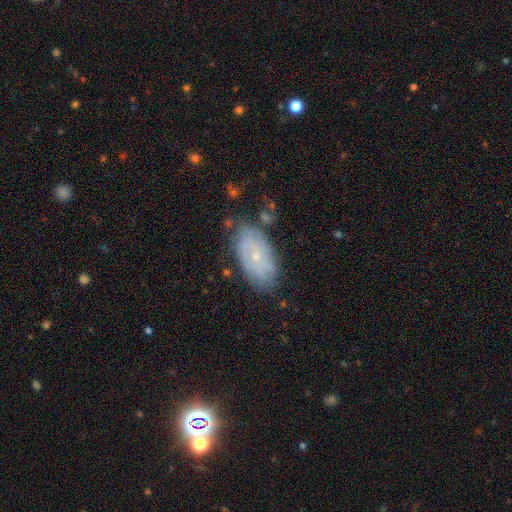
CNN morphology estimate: Smooth or featured? Predicted: featured or disk (p=0.58). Edge-on disk? Predicted: no (p=0.92). Bar? Predicted: no (p=0.80). Spiral arms? Predicted: yes (p=0.70). Bulge size? Predicted: small (p=0.79). Merging? Predicted: none (p=0.73).